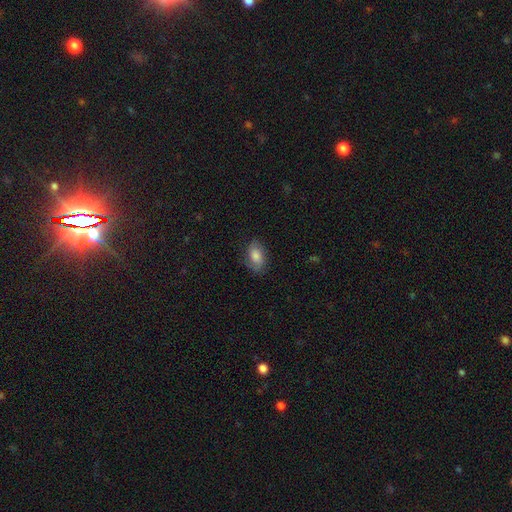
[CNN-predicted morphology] smooth-or-featured: smooth: 67% | featured or disk: 24% | star or artifact: 8%
  how-rounded: in between: 89% | round: 9% | cigar-shaped: 2%
  merging: none: 71% | minor disturbance: 20% | major disturbance: 7% | merger: 1%